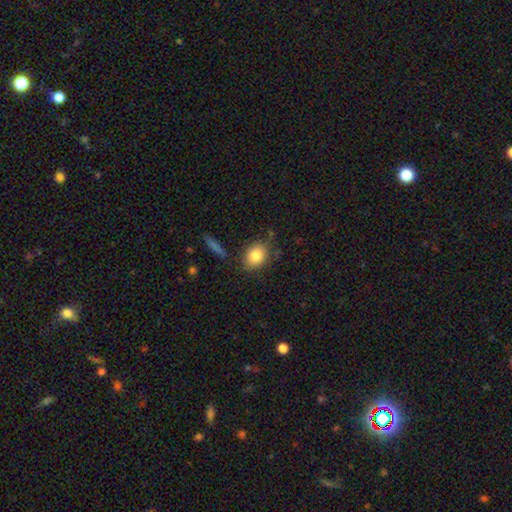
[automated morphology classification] A smooth galaxy with no disk features (83%) that is round (51%).

Vote fractions:
- Smooth or featured? smooth: 83% / featured or disk: 8% / star or artifact: 8%
- How rounded? round: 51% / in between: 48% / cigar-shaped: 1%
- Merging? none: 79% / minor disturbance: 14% / major disturbance: 4% / merger: 3%